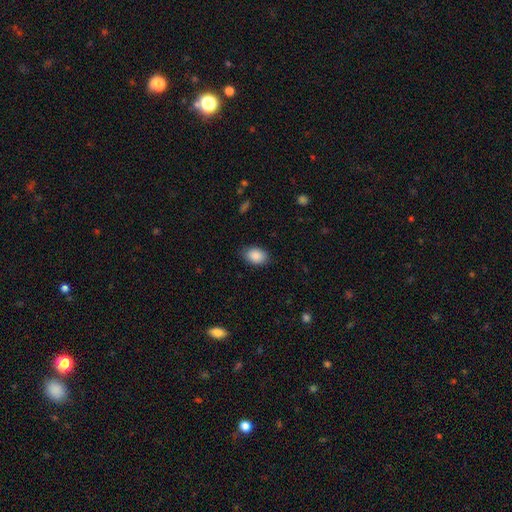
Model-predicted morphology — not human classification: smooth_or_featured: smooth (p=0.89) [alt: star or artifact p=0.07]
how_rounded: in between (p=0.87) [alt: round p=0.12]
merging: none (p=0.84) [alt: minor disturbance p=0.12]